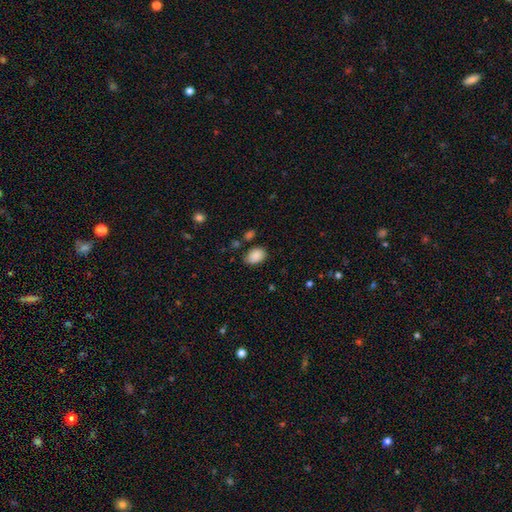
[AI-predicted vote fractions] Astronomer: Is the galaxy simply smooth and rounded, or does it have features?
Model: smooth — 89%.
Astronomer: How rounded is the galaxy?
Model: in between — 84%.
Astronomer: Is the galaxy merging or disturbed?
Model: none — 78%.